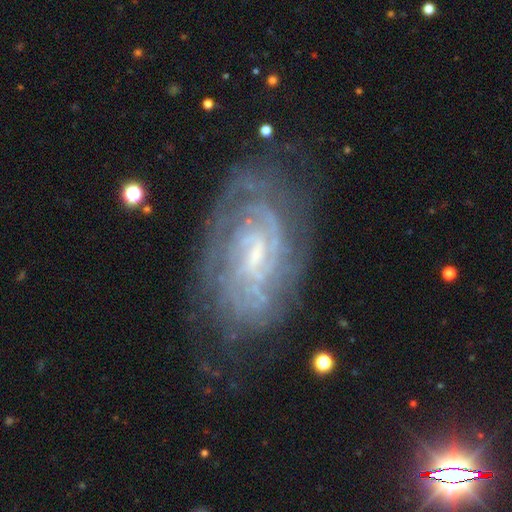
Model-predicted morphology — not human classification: smooth_or_featured: featured or disk (p=0.87) [alt: smooth p=0.07]
disk_edge_on: no (p=0.96) [alt: yes p=0.04]
bar: weak (p=0.53) [alt: no p=0.29]
has_spiral_arms: yes (p=0.95) [alt: no p=0.05]
spiral_winding: tight (p=0.72) [alt: medium p=0.23]
spiral_arm_count: can't tell (p=0.38) [alt: 2 p=0.29]
bulge_size: small (p=0.56) [alt: moderate p=0.27]
merging: none (p=0.70) [alt: minor disturbance p=0.19]